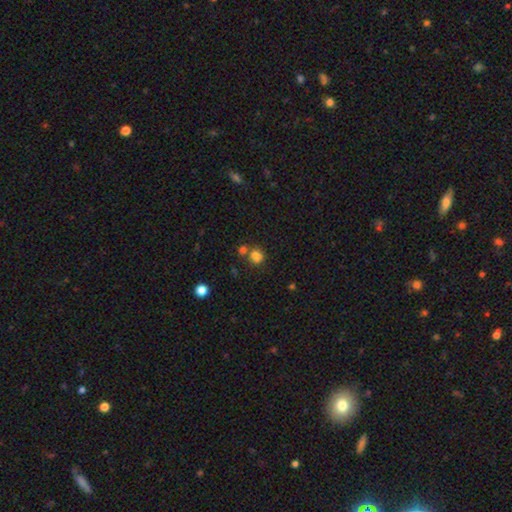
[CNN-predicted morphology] Smooth or featured: smooth — 69% (star or artifact — 18%)
How rounded: round — 70% (in between — 29%)
Merging: none — 44% (merger — 40%)